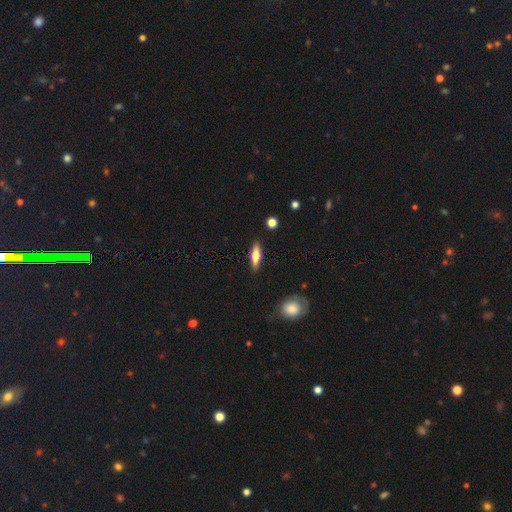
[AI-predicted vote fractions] Smooth or featured?
  - smooth: 48% *
  - featured or disk: 46%
  - star or artifact: 6%
Merging?
  - none: 89% *
  - minor disturbance: 8%
  - major disturbance: 2%
  - merger: 1%